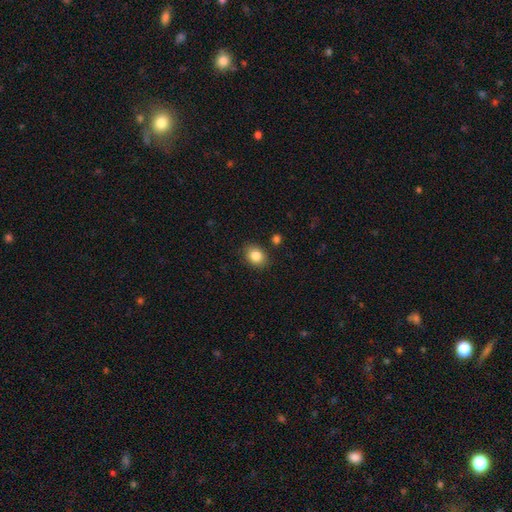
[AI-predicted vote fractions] The model was most divided on "how rounded": in between: 57%, round: 42%, cigar-shaped: 1%. More confident: merging — none (85%); smooth or featured — smooth (85%).